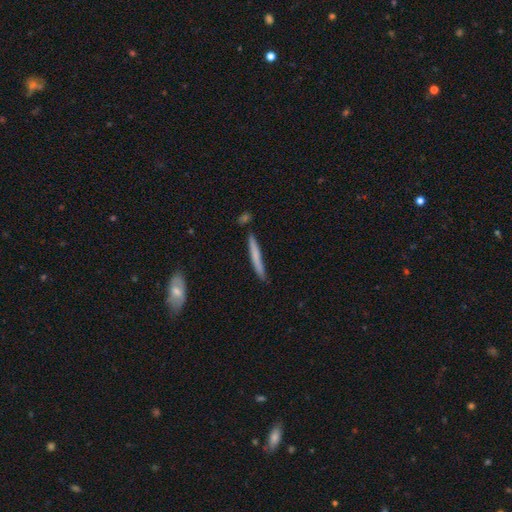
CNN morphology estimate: Overall: smooth (64%; featured or disk 30%). How rounded: cigar-shaped (96%). Merging: none (85%).